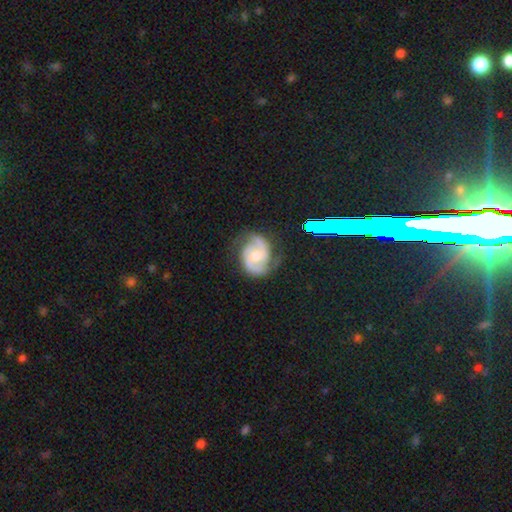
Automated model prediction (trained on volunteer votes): smooth-or-featured: featured or disk: 81% | smooth: 12% | star or artifact: 7%
  disk-edge-on: no: 97% | yes: 3%
    bar: no: 53% | weak: 37% | strong: 10%
    has-spiral-arms: yes: 95% | no: 5%
      spiral-winding: medium: 49% | tight: 31% | loose: 20%
      spiral-arm-count: 2: 85% | can't tell: 7% | 3: 3% | 1: 2% | 4: 1% | more than 4: 1%
    bulge-size: moderate: 65% | small: 28% | large: 5% | none: 2% | dominant: 1%
  merging: none: 67% | minor disturbance: 22% | major disturbance: 9% | merger: 2%